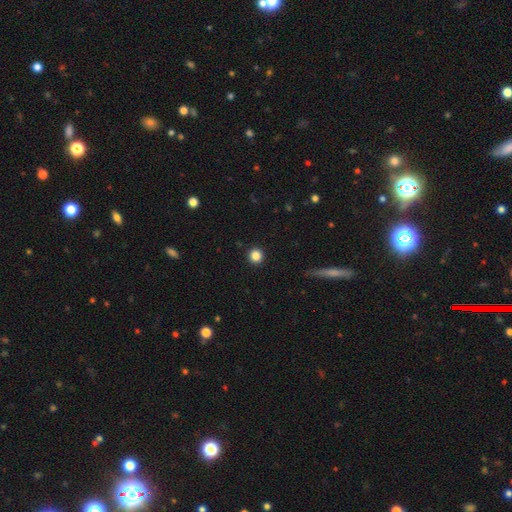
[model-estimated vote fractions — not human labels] Smooth or featured?
  - smooth: 85% *
  - star or artifact: 11%
  - featured or disk: 4%
How rounded?
  - round: 94% *
  - in between: 5%
  - cigar-shaped: 1%
Merging?
  - none: 93% *
  - minor disturbance: 4%
  - major disturbance: 2%
  - merger: 1%